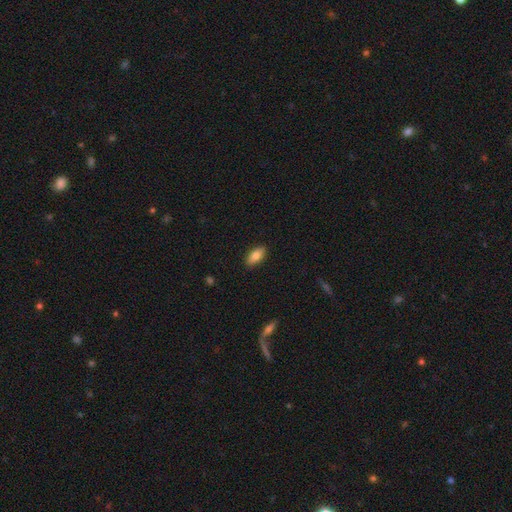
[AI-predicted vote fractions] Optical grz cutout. It shows a smooth galaxy with no disk features (81%) that is in between round and cigar-shaped (86%). Merging: none (89%).